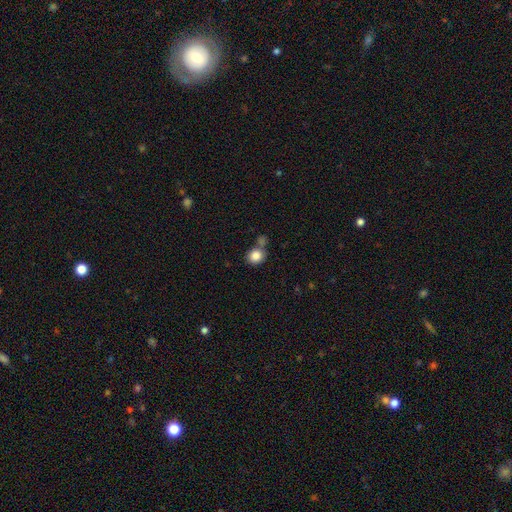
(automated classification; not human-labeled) smooth-or-featured: smooth: 85% | star or artifact: 9% | featured or disk: 6%
  how-rounded: round: 74% | in between: 25% | cigar-shaped: 1%
  merging: none: 59% | merger: 24% | minor disturbance: 12% | major disturbance: 4%